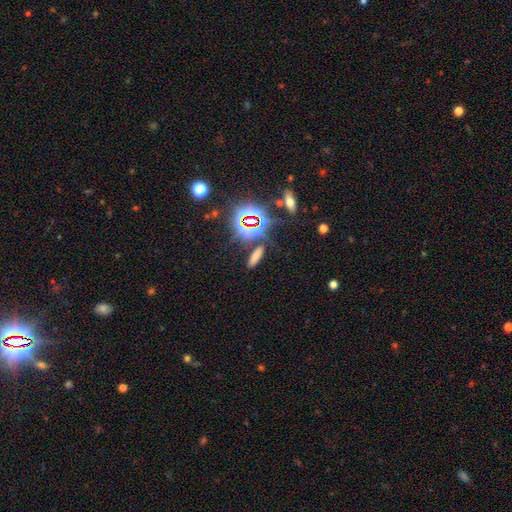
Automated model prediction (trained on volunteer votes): smooth 57%, star or artifact 34%, featured or disk 9%. Down the decision tree: how rounded — cigar-shaped (61%); merging — none (79%).